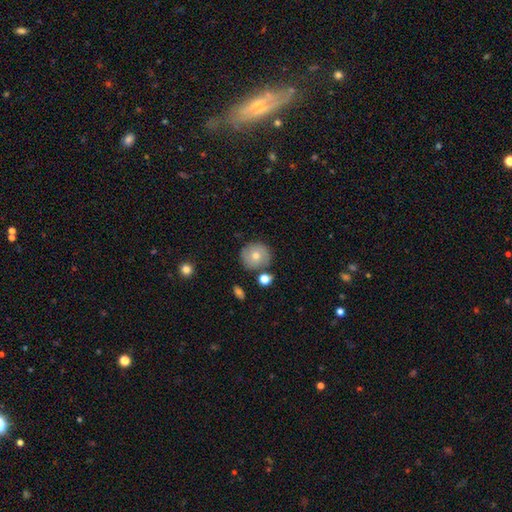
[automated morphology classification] smooth_or_featured: smooth (p=0.60) [alt: featured or disk p=0.30]
how_rounded: round (p=0.92) [alt: in between p=0.07]
merging: none (p=0.81) [alt: minor disturbance p=0.12]